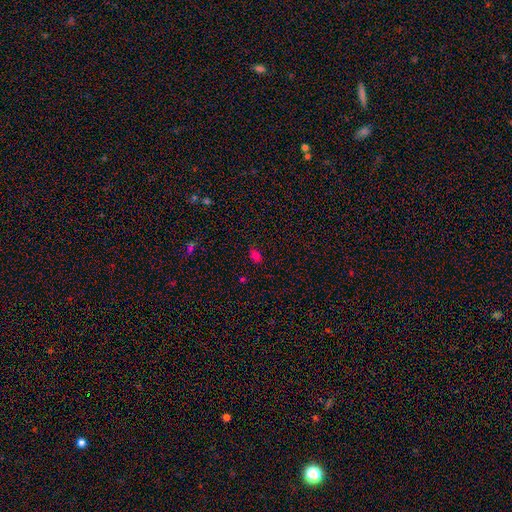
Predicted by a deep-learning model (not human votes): Morphology: type=smooth (76%); roundness=in between (78%); merging=none (78%).